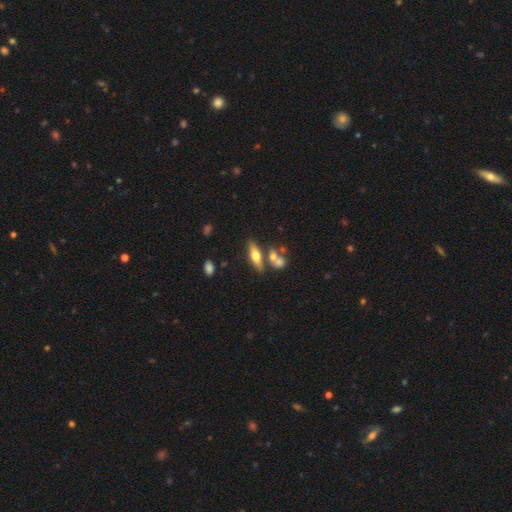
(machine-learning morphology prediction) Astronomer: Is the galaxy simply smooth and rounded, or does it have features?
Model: smooth — 53% (runner-up: featured or disk, 40%).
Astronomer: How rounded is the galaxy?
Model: cigar-shaped — 49% (runner-up: in between, 47%).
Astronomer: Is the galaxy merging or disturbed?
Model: none — 62%.